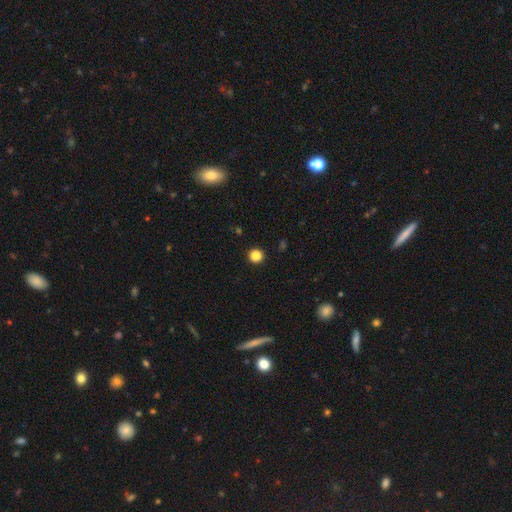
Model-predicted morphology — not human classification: smooth-or-featured: smooth: 84% | star or artifact: 12% | featured or disk: 3%
  how-rounded: round: 94% | in between: 5% | cigar-shaped: 1%
  merging: none: 93% | minor disturbance: 4% | major disturbance: 2% | merger: 1%